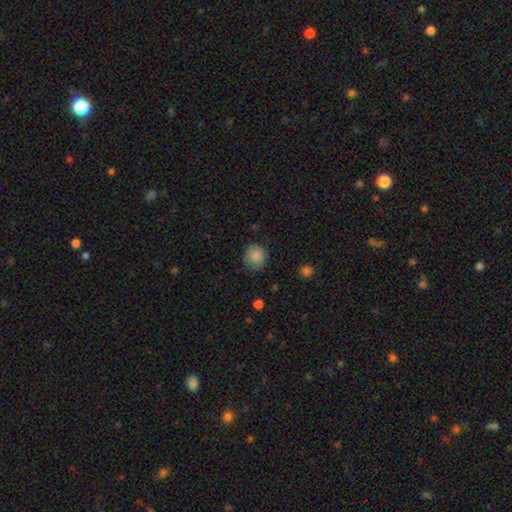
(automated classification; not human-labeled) This appears to be a smooth galaxy with no disk features (85%) that is round (85%). Merging: none (77%).